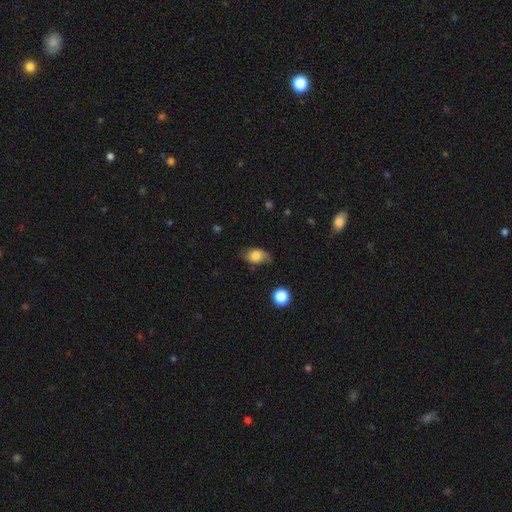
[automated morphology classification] Overall: smooth (75%). How rounded: in between (83%). Merging: none (61%; minor disturbance 29%).